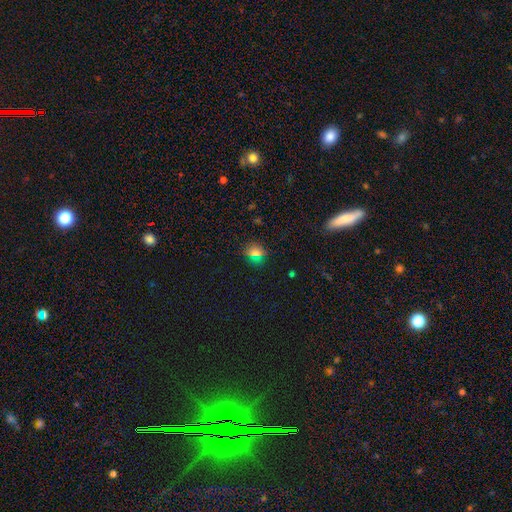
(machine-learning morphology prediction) Smooth or featured: smooth — 65% (star or artifact — 28%)
How rounded: round — 79% (in between — 19%)
Merging: none — 88% (minor disturbance — 8%)